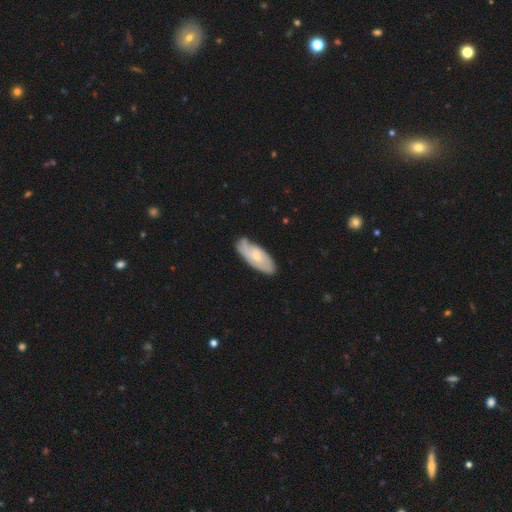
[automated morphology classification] This is possibly a featured or disk galaxy (57%). It is clearly not viewed edge-on (88%). Bar: likely no (73%). Spiral arm pattern: clearly yes (81%). Central bulge: possibly small (55%). Merging: likely none (67%).